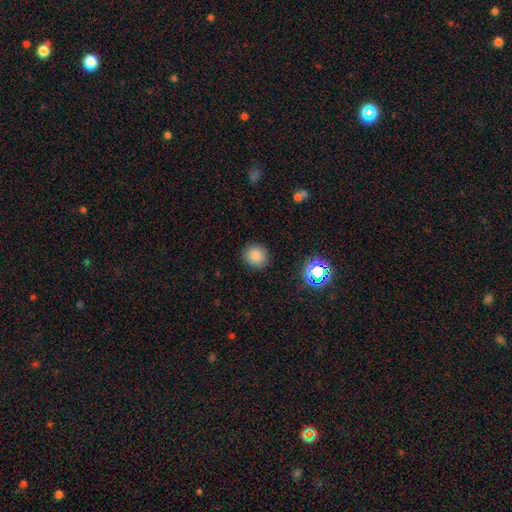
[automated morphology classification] Smooth or featured? Predicted: smooth (p=0.81). How rounded? Predicted: round (p=0.91). Merging? Predicted: none (p=0.90).